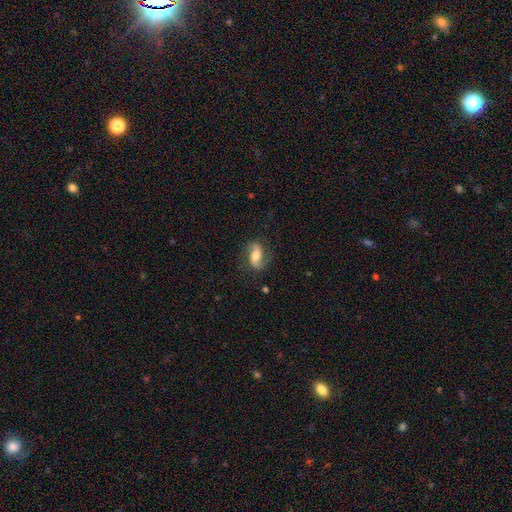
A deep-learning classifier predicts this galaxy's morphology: Smooth or featured? Predicted: featured or disk (p=0.71). Edge-on disk? Predicted: no (p=0.94). Bar? Predicted: no (p=0.43). Spiral arms? Predicted: yes (p=0.92). Spiral winding? Predicted: loose (p=0.55). Spiral arm count? Predicted: 2 (p=0.89). Bulge size? Predicted: moderate (p=0.63). Merging? Predicted: none (p=0.74).